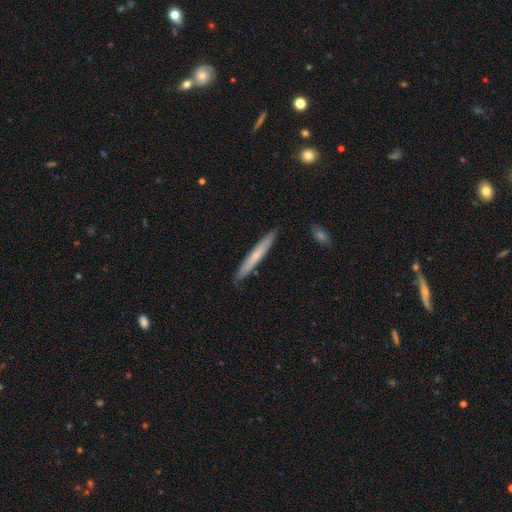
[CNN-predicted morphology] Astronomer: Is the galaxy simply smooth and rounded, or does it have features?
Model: smooth — 60%.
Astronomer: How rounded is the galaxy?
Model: cigar-shaped — 96%.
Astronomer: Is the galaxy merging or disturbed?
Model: none — 90%.